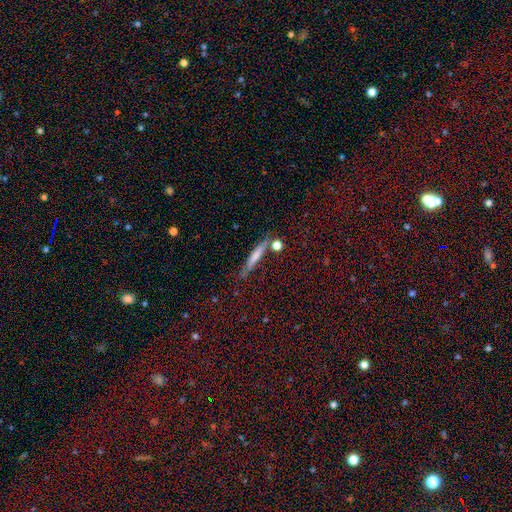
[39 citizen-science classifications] A featured or disk galaxy (51%) viewed edge-on (100%) with no central bulge (55%). Merging: none (82%).